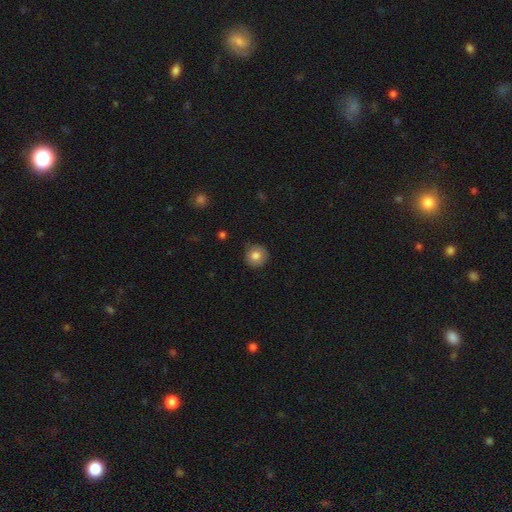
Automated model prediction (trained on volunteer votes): smooth_or_featured: smooth (p=0.80) [alt: featured or disk p=0.12]
how_rounded: round (p=0.93) [alt: in between p=0.06]
merging: none (p=0.84) [alt: minor disturbance p=0.12]